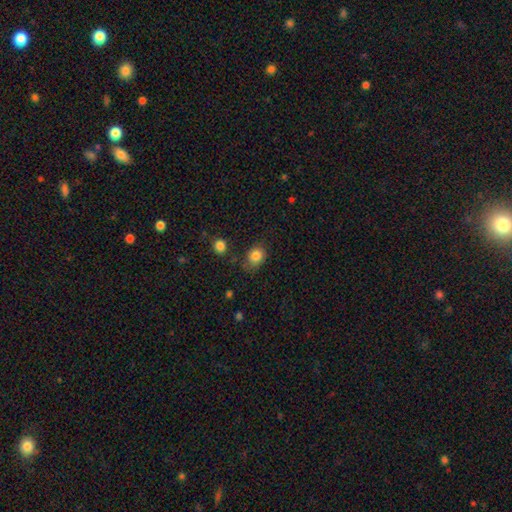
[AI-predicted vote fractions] The model was most divided on "how rounded": in between: 51%, round: 48%, cigar-shaped: 1%. More confident: smooth or featured — smooth (84%); merging — none (71%).